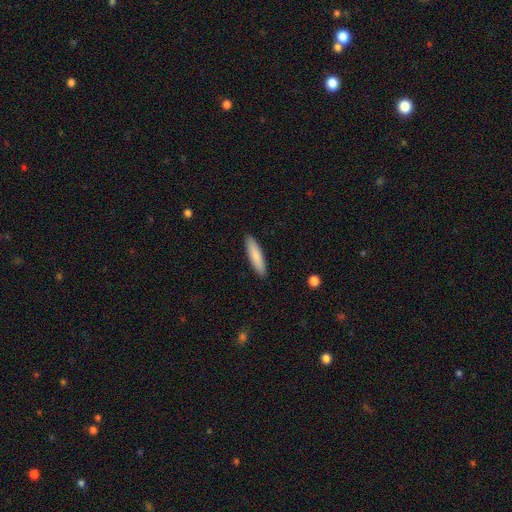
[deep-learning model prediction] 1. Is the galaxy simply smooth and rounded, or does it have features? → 84% smooth, 10% featured or disk, 5% star or artifact.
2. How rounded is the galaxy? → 77% cigar-shaped, 22% in between, 1% round.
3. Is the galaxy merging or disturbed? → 91% none, 7% minor disturbance, 1% major disturbance, 1% merger.